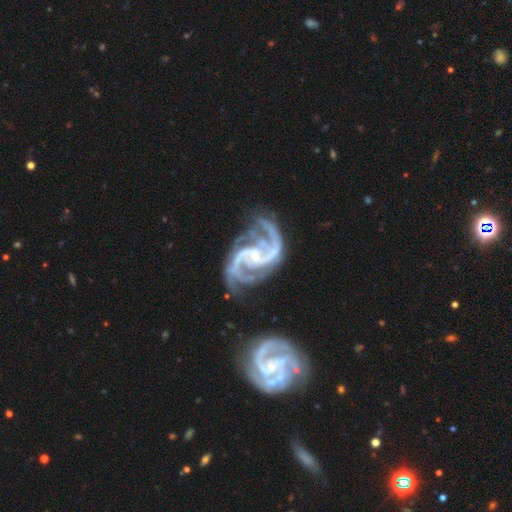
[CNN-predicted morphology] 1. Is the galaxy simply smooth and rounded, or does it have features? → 95% featured or disk, 4% star or artifact, 2% smooth.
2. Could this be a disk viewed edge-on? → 98% no, 2% yes.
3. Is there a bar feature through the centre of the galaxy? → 43% weak, 35% no, 22% strong.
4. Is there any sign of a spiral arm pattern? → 99% yes, 1% no.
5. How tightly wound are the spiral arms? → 58% medium, 24% loose, 18% tight.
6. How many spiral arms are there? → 73% 2, 12% 3, 4% can't tell, 4% 4, 3% 1, 3% more than 4.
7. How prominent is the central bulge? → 76% small, 17% moderate, 5% none, 1% large, 1% dominant.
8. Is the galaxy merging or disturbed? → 55% none, 22% minor disturbance, 14% major disturbance, 9% merger.